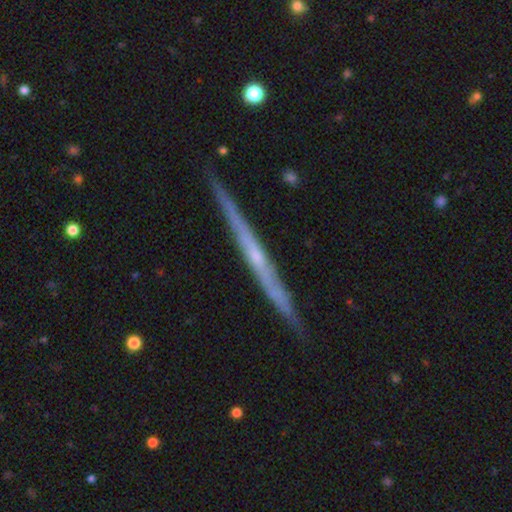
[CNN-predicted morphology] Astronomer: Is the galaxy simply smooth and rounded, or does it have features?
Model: featured or disk — 76%.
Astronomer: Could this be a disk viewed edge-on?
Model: yes — 98%.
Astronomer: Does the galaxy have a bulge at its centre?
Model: none — 62%.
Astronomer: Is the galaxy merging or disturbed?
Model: none — 90%.